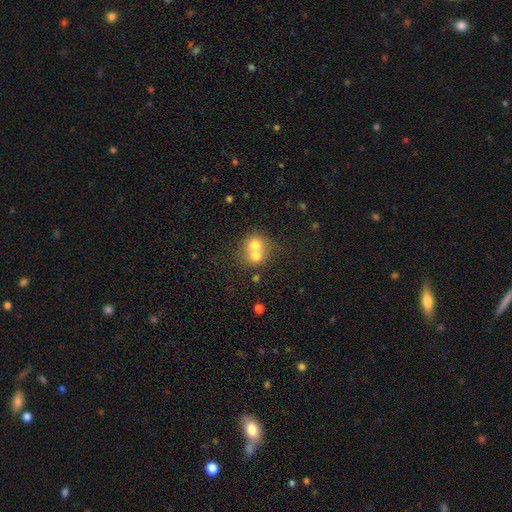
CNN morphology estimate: Smooth or featured?
  - smooth: 66% *
  - featured or disk: 23%
  - star or artifact: 11%
How rounded?
  - round: 79% *
  - in between: 20%
  - cigar-shaped: 1%
Merging?
  - merger: 67% *
  - none: 26%
  - minor disturbance: 5%
  - major disturbance: 3%